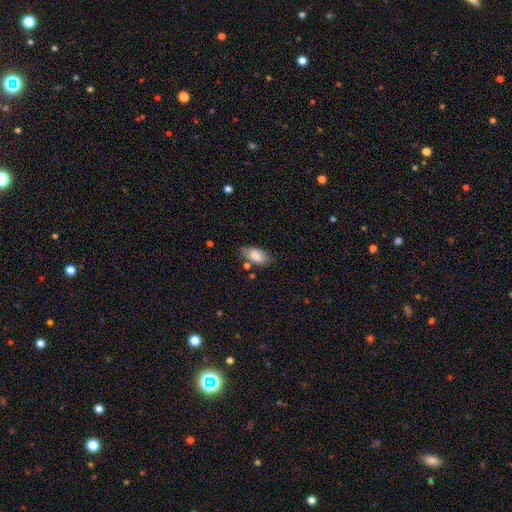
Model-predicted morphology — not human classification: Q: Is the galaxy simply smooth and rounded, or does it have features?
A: smooth — 82%.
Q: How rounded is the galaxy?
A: in between — 90%.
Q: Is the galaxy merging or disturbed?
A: none — 69%.